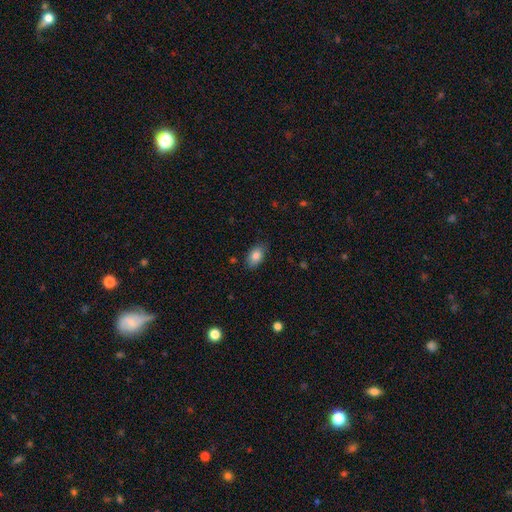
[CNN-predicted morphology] Smooth or featured: smooth — 84% (featured or disk — 8%)
How rounded: in between — 88% (round — 10%)
Merging: none — 82% (minor disturbance — 14%)